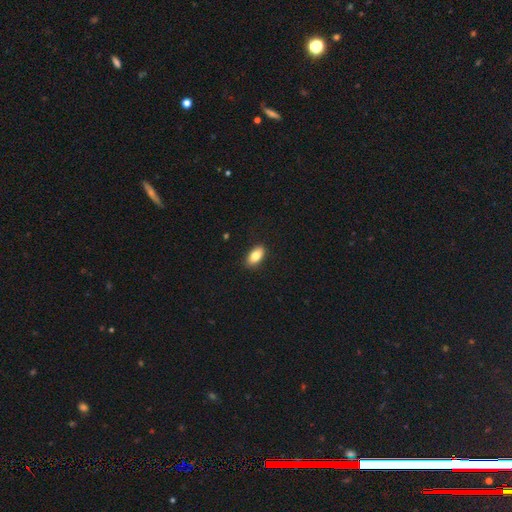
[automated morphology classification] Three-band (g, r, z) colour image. It shows a smooth galaxy with no disk features (82%) that is in between round and cigar-shaped (90%). Merging: none (88%).